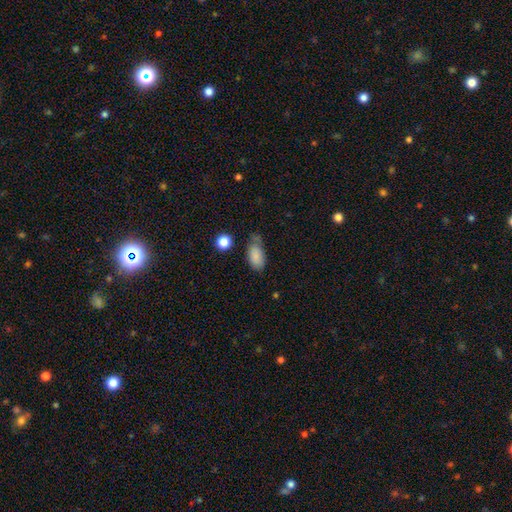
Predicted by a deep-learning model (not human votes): Smooth or featured? smooth (84%)
How rounded? in between (91%)
Merging? none (52%)